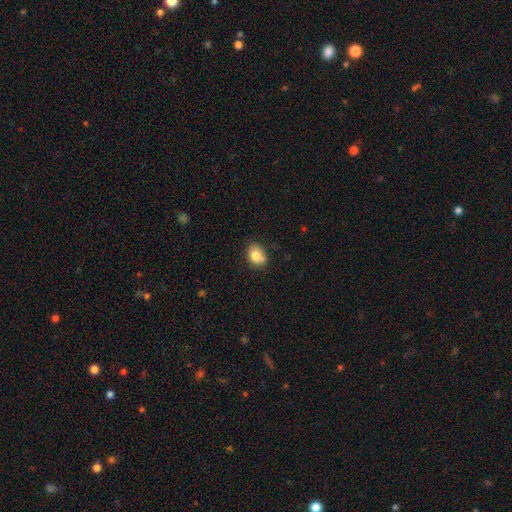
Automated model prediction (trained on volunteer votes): smooth-or-featured: smooth: 80% | featured or disk: 11% | star or artifact: 9%
  how-rounded: in between: 57% | round: 42% | cigar-shaped: 1%
  merging: none: 68% | minor disturbance: 19% | merger: 9% | major disturbance: 4%